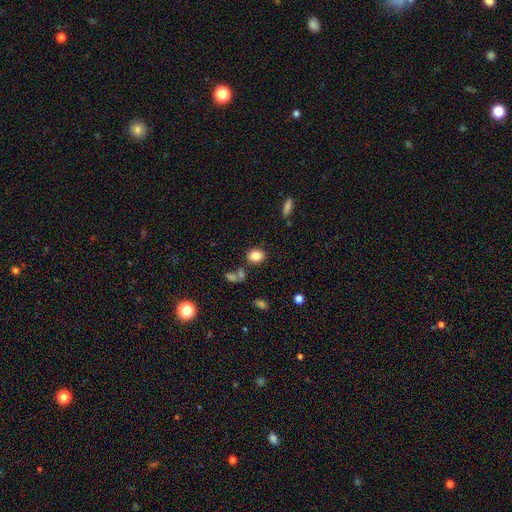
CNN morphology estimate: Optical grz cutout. It shows a smooth galaxy with no disk features (83%) that is in between round and cigar-shaped (52%). Merging: none (79%).